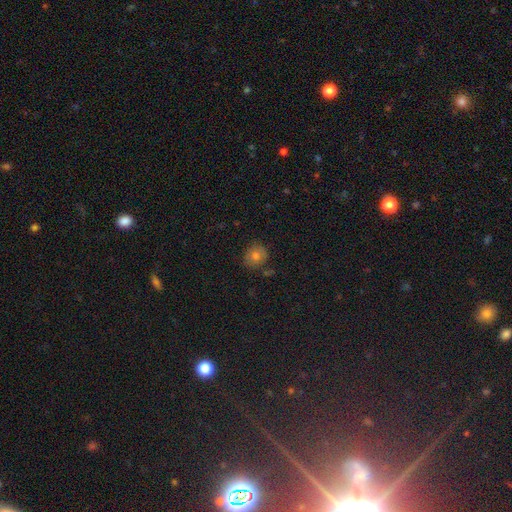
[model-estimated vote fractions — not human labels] This is likely a smooth galaxy (76%). How rounded: likely round (79%). Merging: likely none (80%).